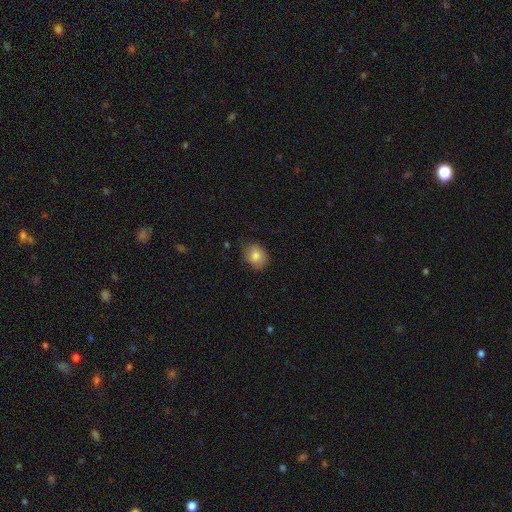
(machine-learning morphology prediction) smooth-or-featured: smooth: 80% | featured or disk: 11% | star or artifact: 9%
  how-rounded: in between: 53% | round: 46% | cigar-shaped: 1%
  merging: none: 74% | minor disturbance: 21% | major disturbance: 4% | merger: 1%